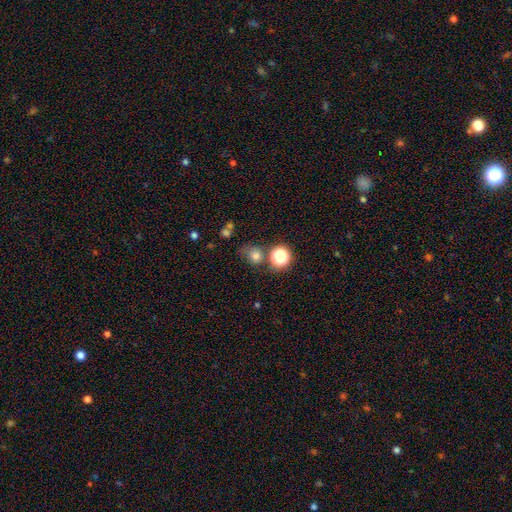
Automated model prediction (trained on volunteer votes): Smooth or featured? smooth (71%)
How rounded? round (76%)
Merging? none (54%)